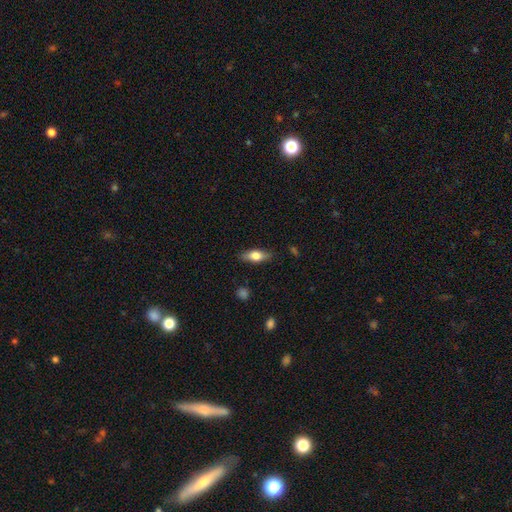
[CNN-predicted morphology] smooth-or-featured: smooth: 65% | featured or disk: 28% | star or artifact: 7%
  how-rounded: in between: 73% | cigar-shaped: 23% | round: 4%
  merging: none: 83% | minor disturbance: 13% | major disturbance: 3% | merger: 1%